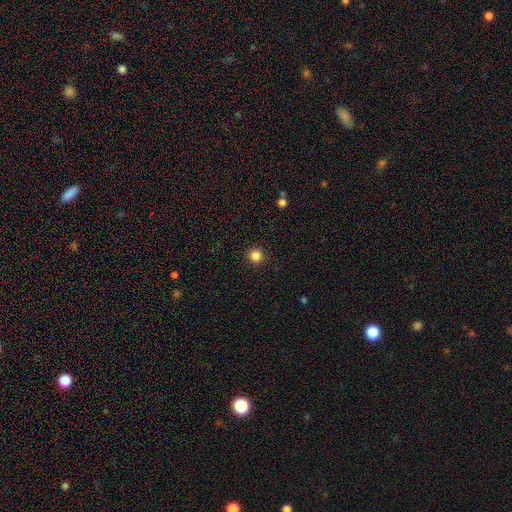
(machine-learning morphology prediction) smooth-or-featured: smooth: 85% | star or artifact: 11% | featured or disk: 3%
  how-rounded: round: 95% | in between: 4% | cigar-shaped: 1%
  merging: none: 93% | minor disturbance: 4% | major disturbance: 2% | merger: 1%